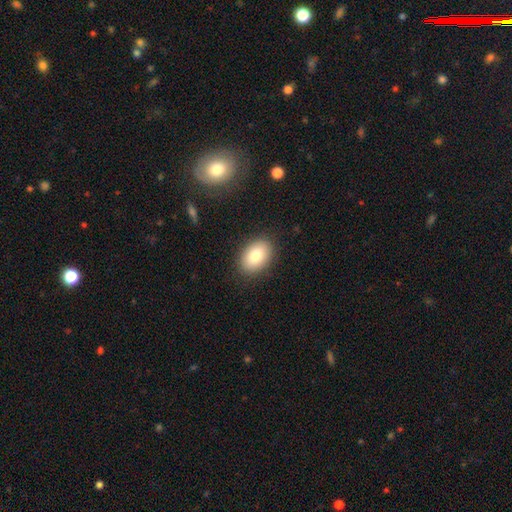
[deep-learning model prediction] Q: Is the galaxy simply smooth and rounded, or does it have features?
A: smooth — 82%.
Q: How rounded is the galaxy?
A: in between — 84%.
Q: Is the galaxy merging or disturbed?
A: none — 88%.